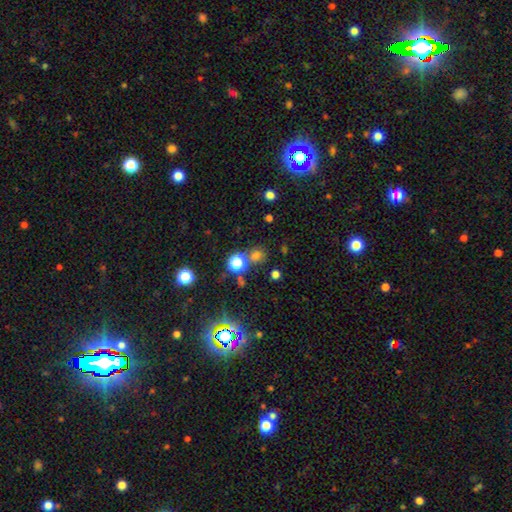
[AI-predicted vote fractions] The model was most divided on "smooth or featured": smooth: 62%, star or artifact: 32%, featured or disk: 7%. More confident: how rounded — round (84%); merging — none (73%).